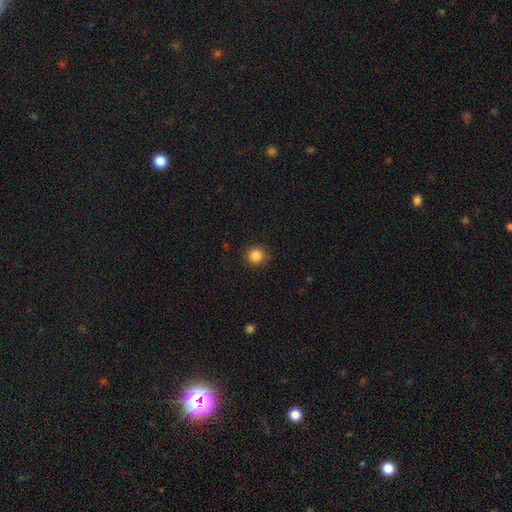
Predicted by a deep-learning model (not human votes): This is clearly a smooth galaxy (86%). How rounded: clearly round (93%). Merging: clearly none (88%).